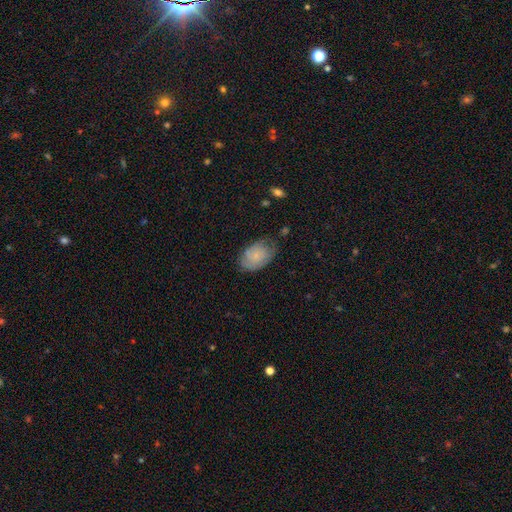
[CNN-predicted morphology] Overall: smooth (65%; featured or disk 27%). How rounded: in between (87%). Merging: none (63%; minor disturbance 28%).